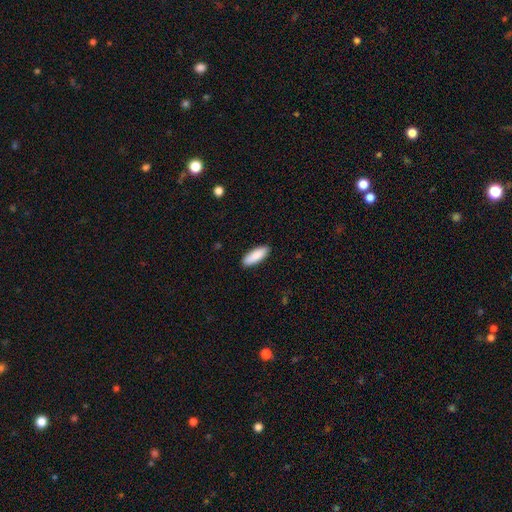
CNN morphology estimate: This appears to be a smooth galaxy with no disk features (88%) that is in between round and cigar-shaped (63%). Merging: none (90%).